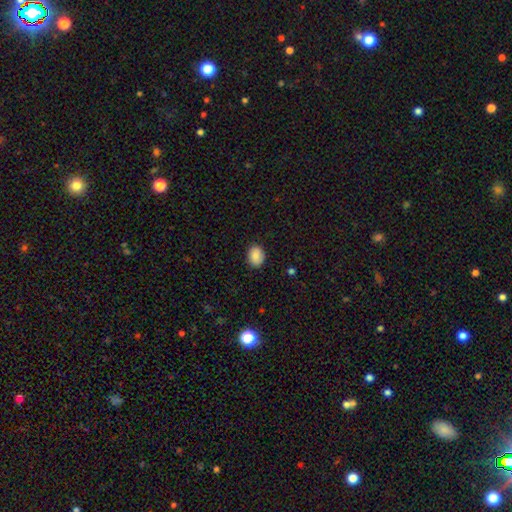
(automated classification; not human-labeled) This appears to be a smooth galaxy with no disk features (85%) that is in between round and cigar-shaped (54%). Merging: none (87%).